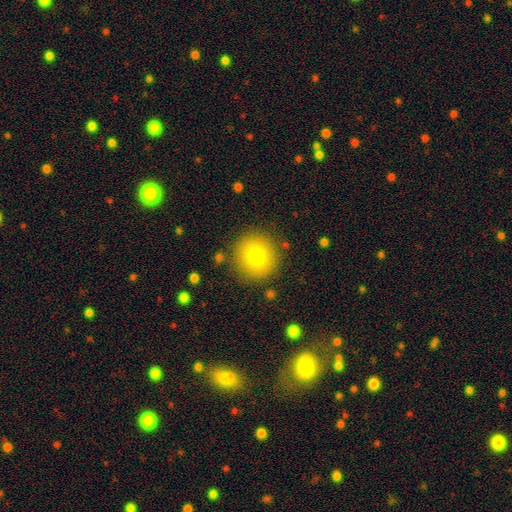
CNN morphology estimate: A smooth galaxy with no disk features (75%) that is round (95%).

Vote fractions:
- Smooth or featured? smooth: 75% / featured or disk: 14% / star or artifact: 11%
- How rounded? round: 95% / in between: 4% / cigar-shaped: 1%
- Merging? none: 88% / minor disturbance: 7% / major disturbance: 3% / merger: 2%